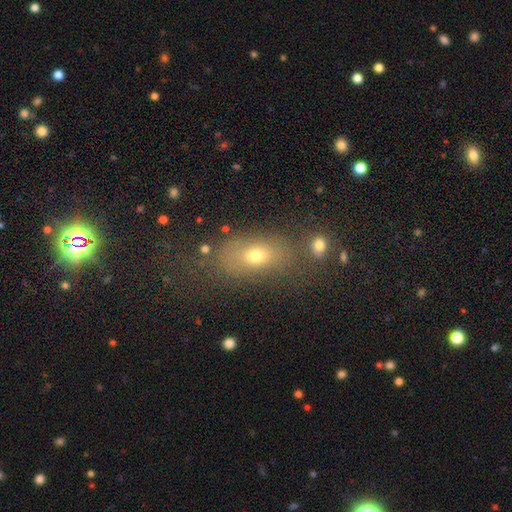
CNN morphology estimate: This is likely a smooth galaxy (65%). How rounded: likely in between (80%). Merging: likely none (62%).